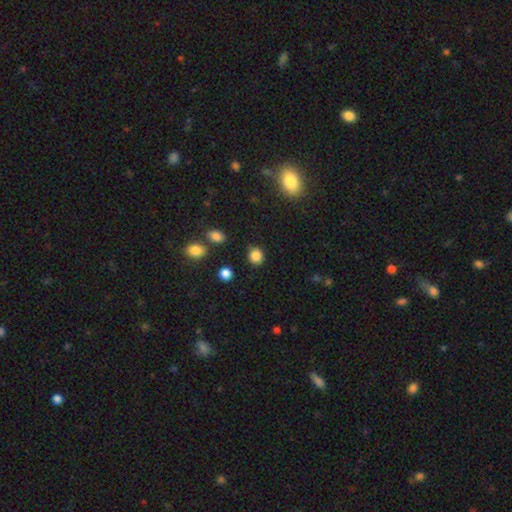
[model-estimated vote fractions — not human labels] Smooth or featured: smooth — 84% (star or artifact — 12%)
How rounded: round — 80% (in between — 19%)
Merging: none — 82% (minor disturbance — 12%)